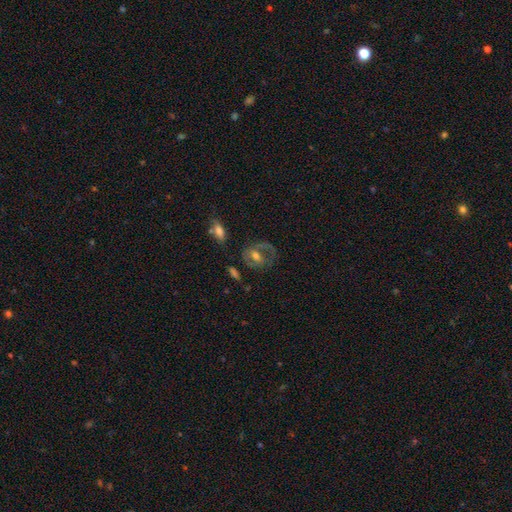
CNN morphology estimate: smooth-or-featured: featured or disk: 59% | smooth: 32% | star or artifact: 10%
  disk-edge-on: no: 95% | yes: 5%
    bar: no: 56% | weak: 32% | strong: 12%
    has-spiral-arms: yes: 55% | no: 45%
    bulge-size: moderate: 64% | small: 20% | large: 11% | none: 3% | dominant: 2%
  merging: none: 58% | major disturbance: 19% | minor disturbance: 19% | merger: 5%